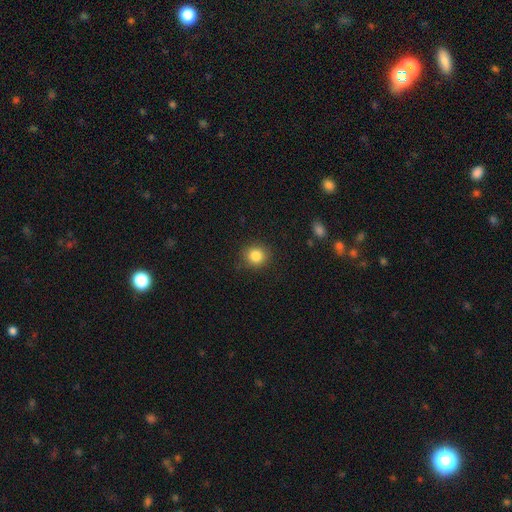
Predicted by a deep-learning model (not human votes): The model was most divided on "smooth or featured": smooth: 84%, star or artifact: 10%, featured or disk: 5%. More confident: merging — none (88%); how rounded — round (87%).